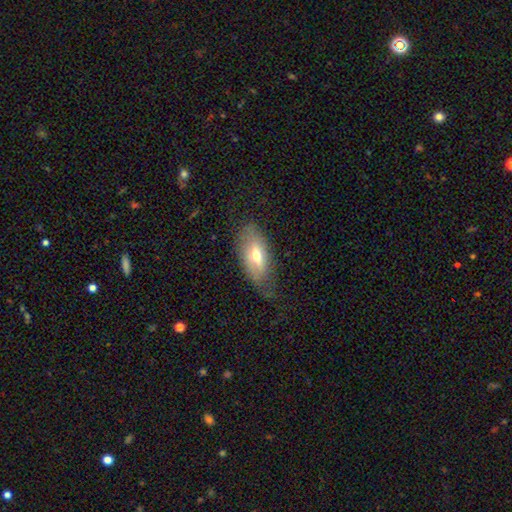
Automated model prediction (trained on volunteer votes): This is possibly a smooth galaxy (54%). How rounded: clearly in between (84%). Merging: likely none (64%).